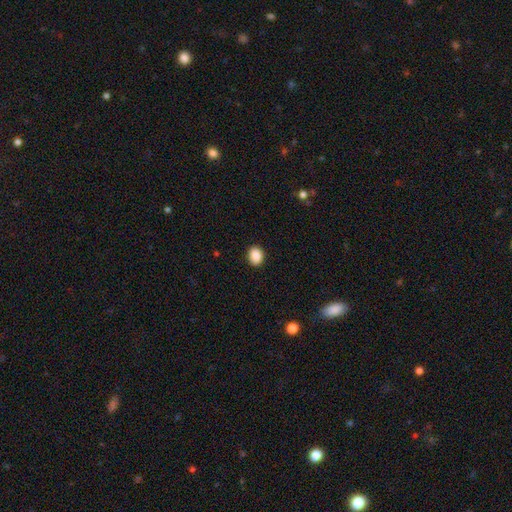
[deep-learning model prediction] This appears to be a smooth galaxy with no disk features (88%) that is in between round and cigar-shaped (51%). Merging: none (90%).